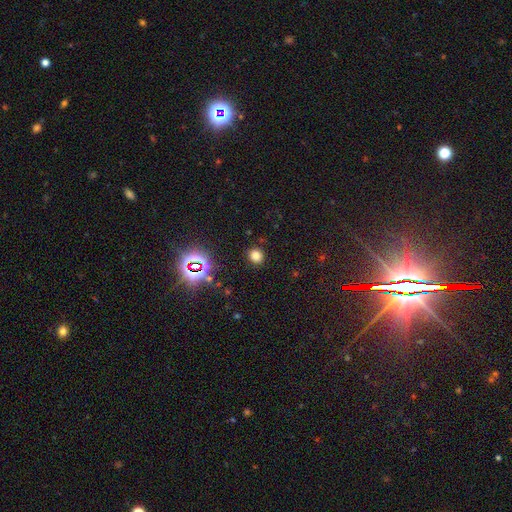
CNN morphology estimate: Overall: smooth (73%). How rounded: round (77%). Merging: none (87%).